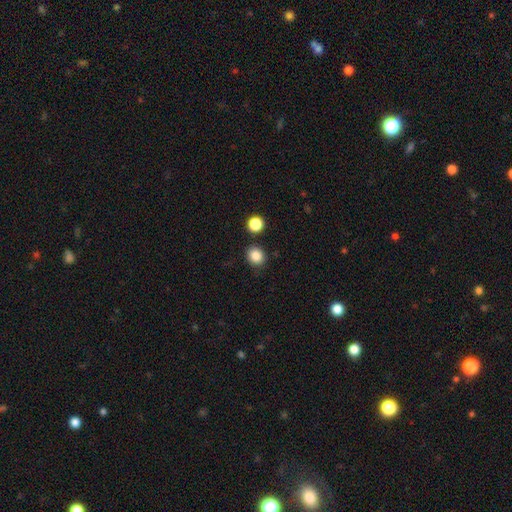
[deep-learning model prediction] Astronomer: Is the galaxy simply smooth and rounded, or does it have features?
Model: smooth — 86%.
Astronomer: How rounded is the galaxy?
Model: round — 77%.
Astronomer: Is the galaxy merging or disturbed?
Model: none — 85%.